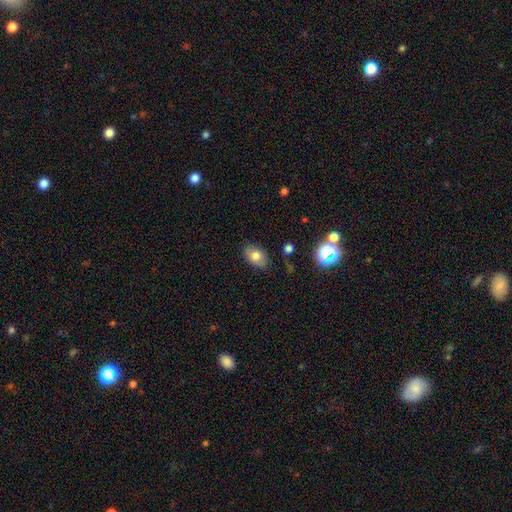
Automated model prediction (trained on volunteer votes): This is likely a smooth galaxy (73%). How rounded: clearly in between (84%). Merging: clearly none (81%).